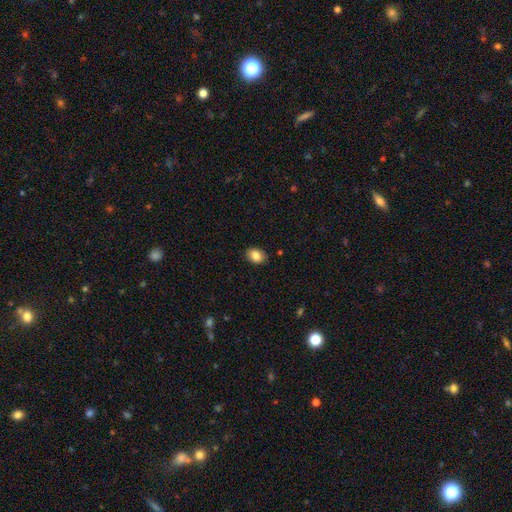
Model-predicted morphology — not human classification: Q: Smooth or featured?
A: smooth (85%); runner-up: star or artifact (8%)
Q: How rounded?
A: in between (73%); runner-up: round (26%)
Q: Merging?
A: none (88%); runner-up: minor disturbance (9%)